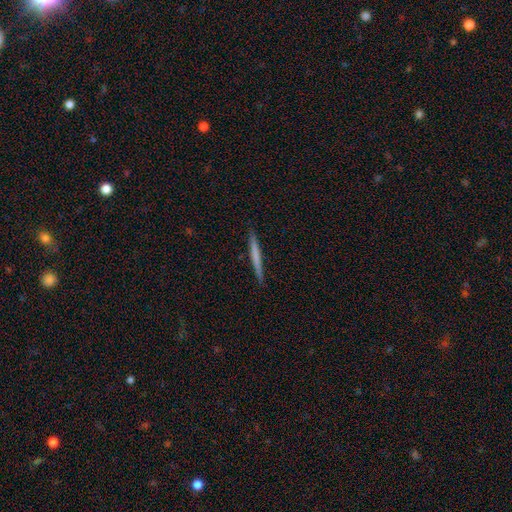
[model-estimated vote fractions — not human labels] smooth_or_featured: smooth (p=0.58) [alt: featured or disk p=0.36]
how_rounded: cigar-shaped (p=0.97) [alt: in between p=0.02]
merging: none (p=0.90) [alt: minor disturbance p=0.07]